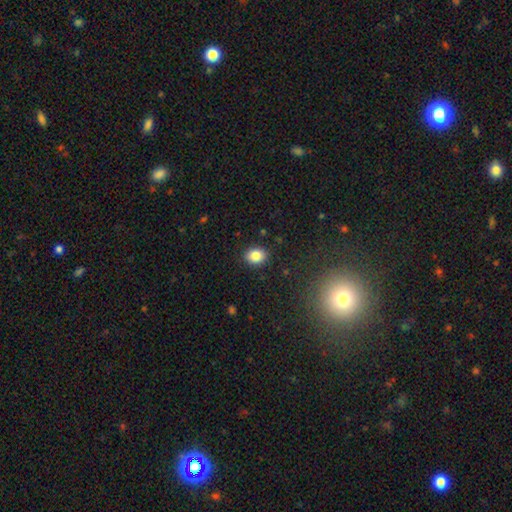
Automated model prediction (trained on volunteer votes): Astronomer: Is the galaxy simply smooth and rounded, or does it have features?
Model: smooth — 85%.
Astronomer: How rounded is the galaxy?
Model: in between — 54% (runner-up: round, 45%).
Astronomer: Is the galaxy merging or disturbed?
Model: none — 89%.